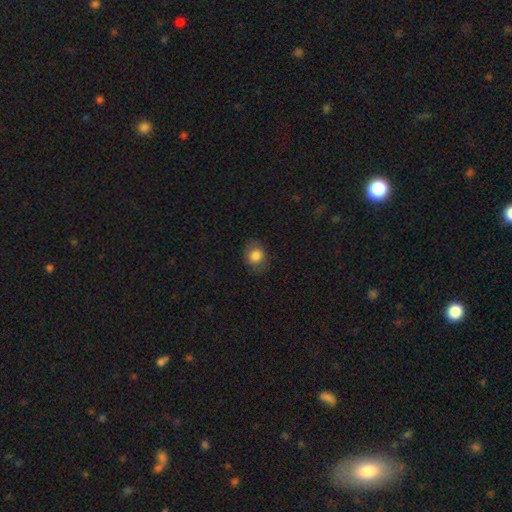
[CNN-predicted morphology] Overall: smooth (81%). How rounded: round (57%; in between 42%). Merging: none (79%).